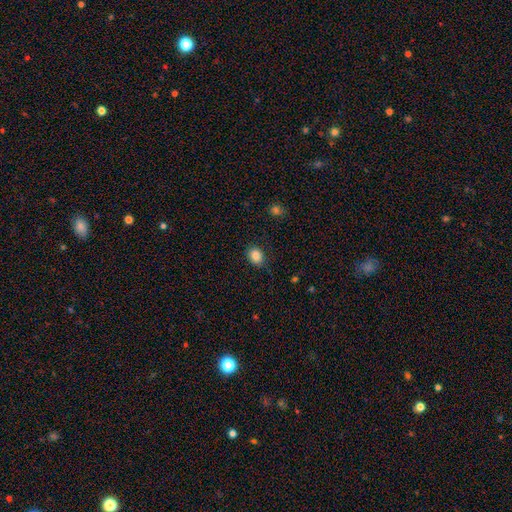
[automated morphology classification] smooth 86%, star or artifact 9%, featured or disk 5%. Down the decision tree: how rounded — in between (56%); merging — none (83%).